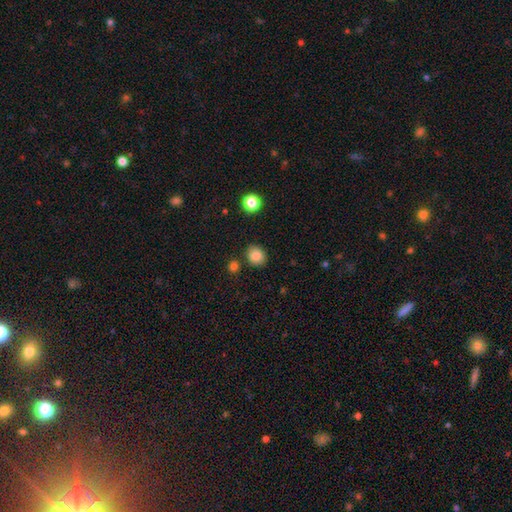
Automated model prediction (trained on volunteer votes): A smooth galaxy with no disk features (85%) that is round (70%). Merging: none (84%).